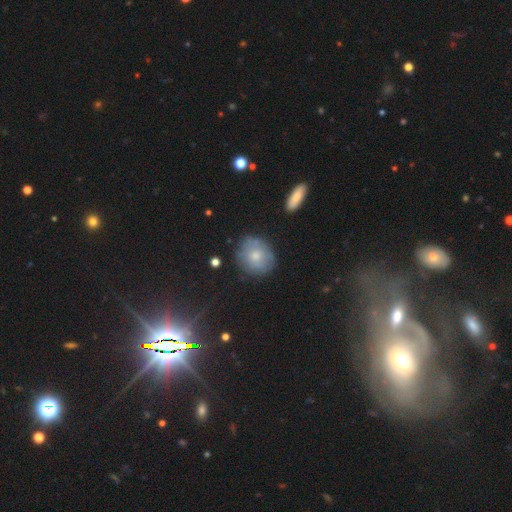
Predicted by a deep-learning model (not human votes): This is likely a smooth galaxy (66%). How rounded: likely round (76%). Merging: likely none (75%).